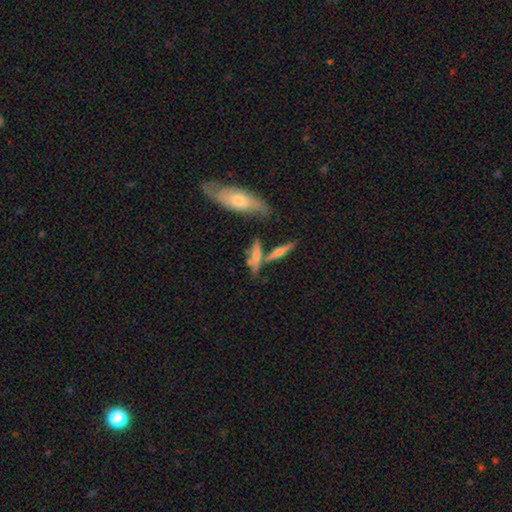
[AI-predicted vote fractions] This is possibly a smooth galaxy (50%). How rounded: likely cigar-shaped (60%). Merging: possibly none (50%).